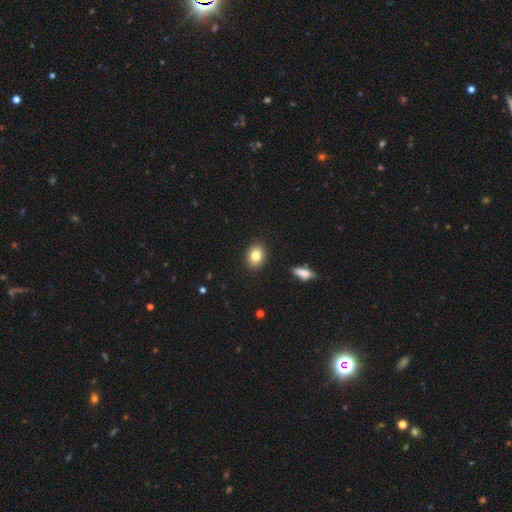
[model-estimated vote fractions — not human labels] Smooth or featured: smooth — 83% (star or artifact — 9%)
How rounded: in between — 60% (round — 38%)
Merging: none — 90% (minor disturbance — 7%)